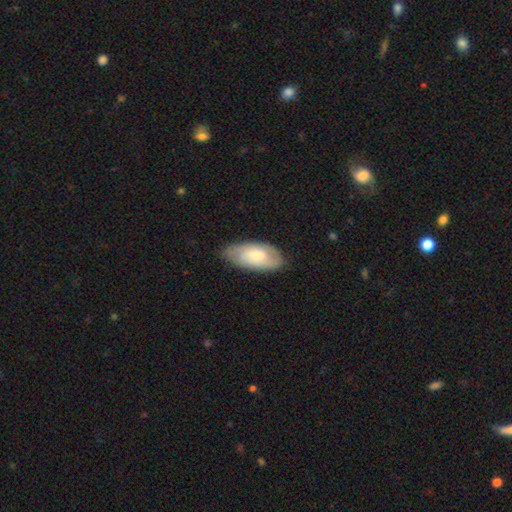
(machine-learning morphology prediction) This appears to be a smooth galaxy with no disk features (54%) that is in between round and cigar-shaped (91%). Merging: none (72%).